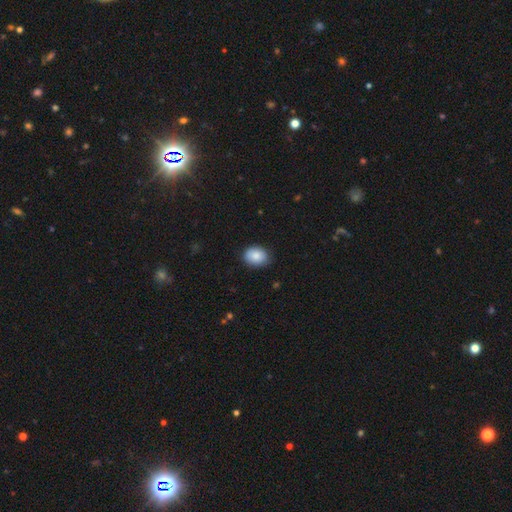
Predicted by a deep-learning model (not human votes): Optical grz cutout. It shows a smooth galaxy with no disk features (86%) that is in between round and cigar-shaped (57%). Merging: none (81%).